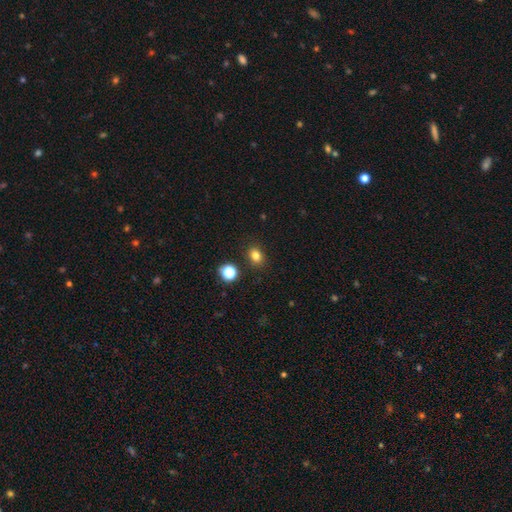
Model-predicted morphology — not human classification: smooth 80%, star or artifact 14%, featured or disk 6%. Down the decision tree: how rounded — round (50%); merging — none (86%).